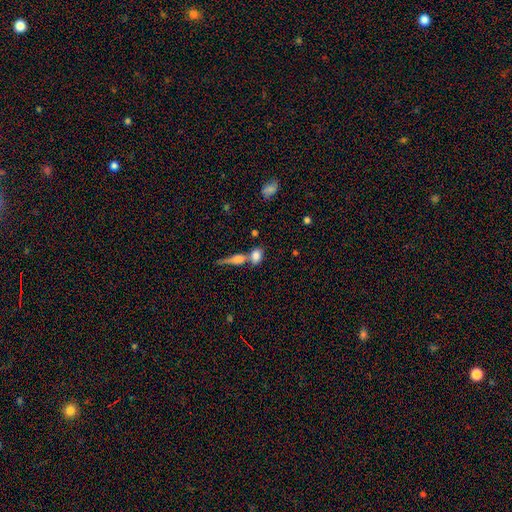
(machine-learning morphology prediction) A smooth galaxy with no disk features (76%) that is in between round and cigar-shaped (75%). Merging: merger (51%).